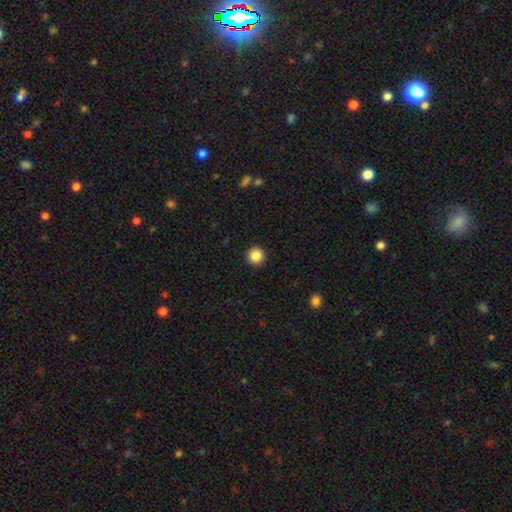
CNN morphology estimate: smooth_or_featured: smooth (p=0.87) [alt: star or artifact p=0.10]
how_rounded: round (p=0.95) [alt: in between p=0.04]
merging: none (p=0.93) [alt: minor disturbance p=0.04]